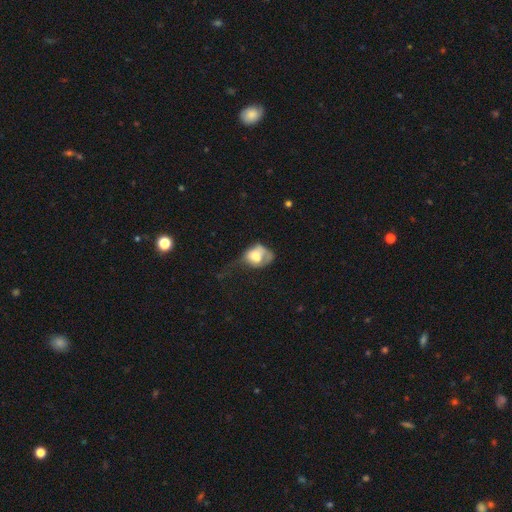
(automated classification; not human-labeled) Smooth or featured? Predicted: smooth (p=0.61). How rounded? Predicted: in between (p=0.65). Merging? Predicted: major disturbance (p=0.48).